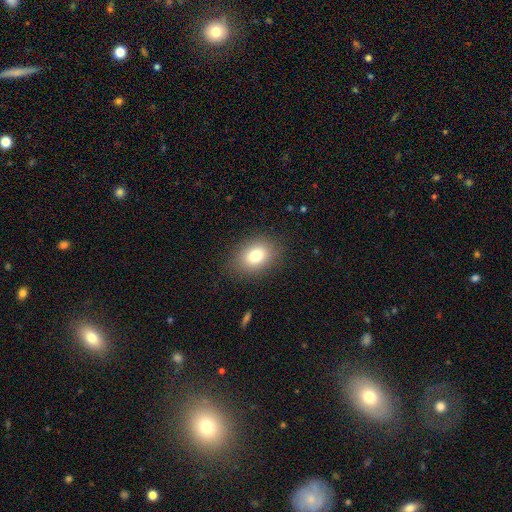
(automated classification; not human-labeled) Smooth or featured?
  - smooth: 78% *
  - star or artifact: 11%
  - featured or disk: 10%
How rounded?
  - in between: 64% *
  - round: 35%
  - cigar-shaped: 1%
Merging?
  - none: 85% *
  - minor disturbance: 10%
  - major disturbance: 4%
  - merger: 1%